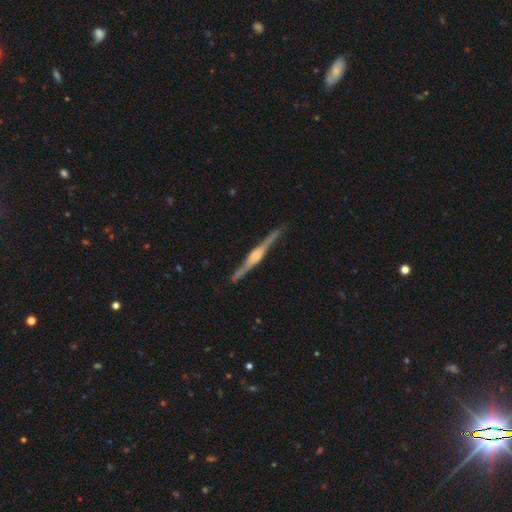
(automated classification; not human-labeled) Overall: featured or disk (83%). Edge-on disk: yes (98%). Edge-on bulge: rounded (59%; boxy 34%). Merging: none (87%).